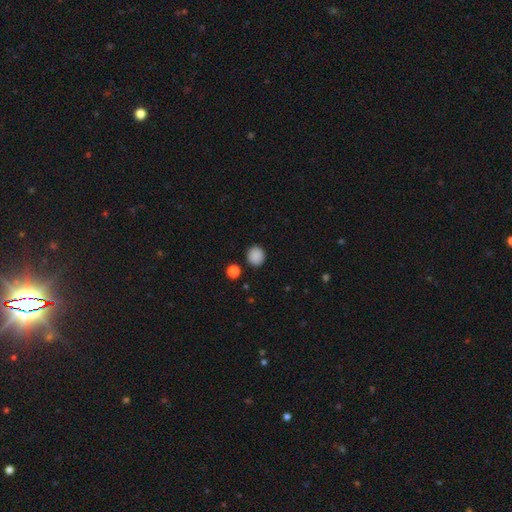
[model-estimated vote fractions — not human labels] Smooth or featured? smooth (87%)
How rounded? round (84%)
Merging? none (88%)